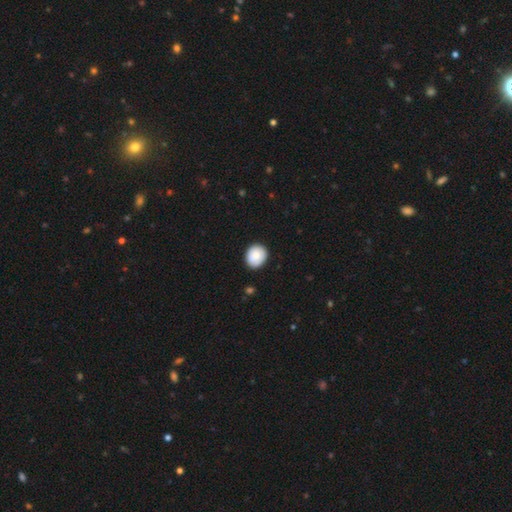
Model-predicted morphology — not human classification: smooth 83%, featured or disk 10%, star or artifact 7%. Down the decision tree: how rounded — round (71%); merging — none (87%).